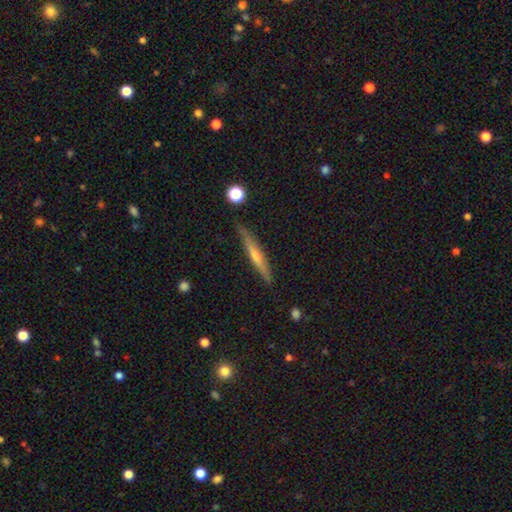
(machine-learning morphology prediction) This is possibly a featured or disk galaxy (56%). It is clearly viewed edge-on (95%). Edge-on bulge: likely rounded (65%). Merging: clearly none (85%).